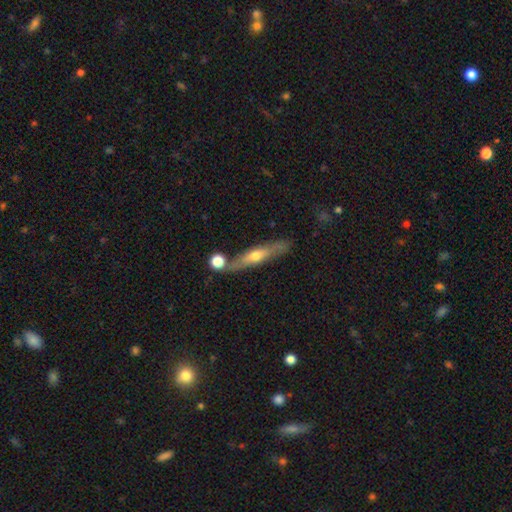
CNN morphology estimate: A featured or disk galaxy (57%) viewed edge-on (83%). Merging: none (71%).